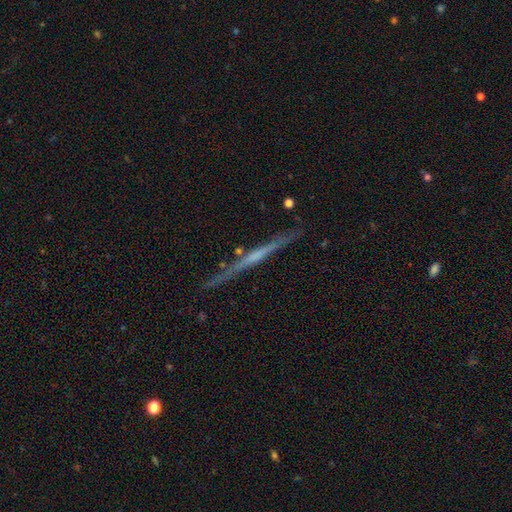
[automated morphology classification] This is likely a featured or disk galaxy (69%). It is clearly viewed edge-on (97%). Edge-on bulge: likely none (71%). Merging: clearly none (84%).